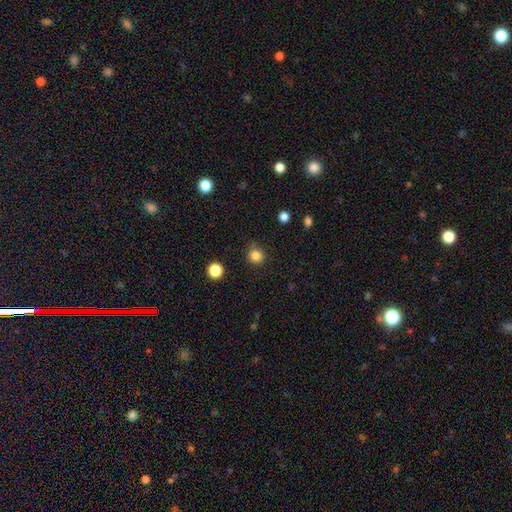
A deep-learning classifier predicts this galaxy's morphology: A smooth galaxy with no disk features (84%) that is round (91%). Merging: none (84%).